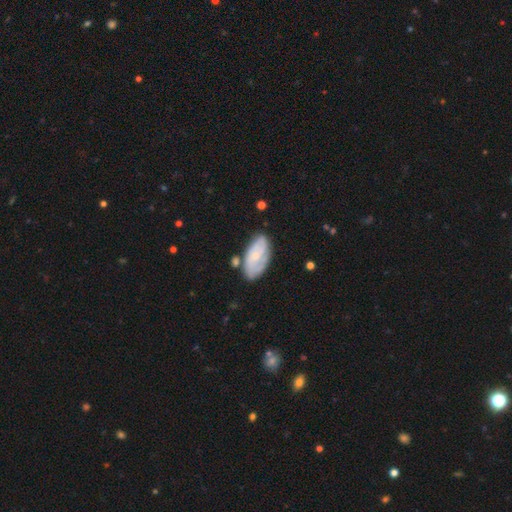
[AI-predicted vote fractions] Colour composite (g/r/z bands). It shows a featured or disk galaxy (55%) with no bar (73%), spiral arms (79%) and a small central bulge (68%). Merging: none (68%).